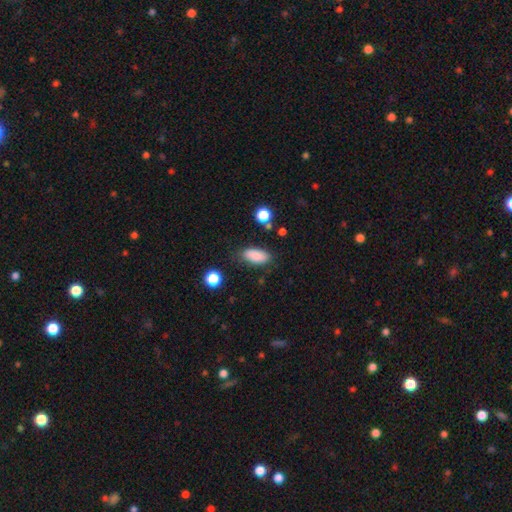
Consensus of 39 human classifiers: Q: Smooth or featured?
A: smooth (85%); runner-up: featured or disk (8%)
Q: How rounded?
A: in between (94%); runner-up: cigar-shaped (6%)
Q: Merging?
A: none (81%); runner-up: minor disturbance (17%)